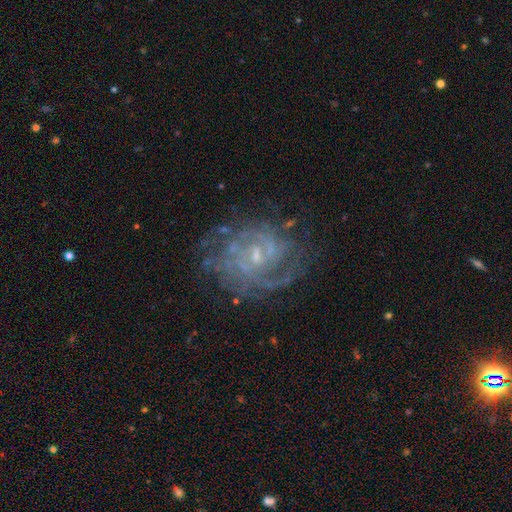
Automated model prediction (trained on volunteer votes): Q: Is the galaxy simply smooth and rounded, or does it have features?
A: featured or disk — 84%.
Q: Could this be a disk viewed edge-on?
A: no — 98%.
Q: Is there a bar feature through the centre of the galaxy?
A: no — 49%.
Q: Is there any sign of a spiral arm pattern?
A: yes — 90%.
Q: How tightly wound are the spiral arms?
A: tight — 54%.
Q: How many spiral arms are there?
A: can't tell — 38%.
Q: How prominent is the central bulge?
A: small — 67%.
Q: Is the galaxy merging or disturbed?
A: none — 68%.